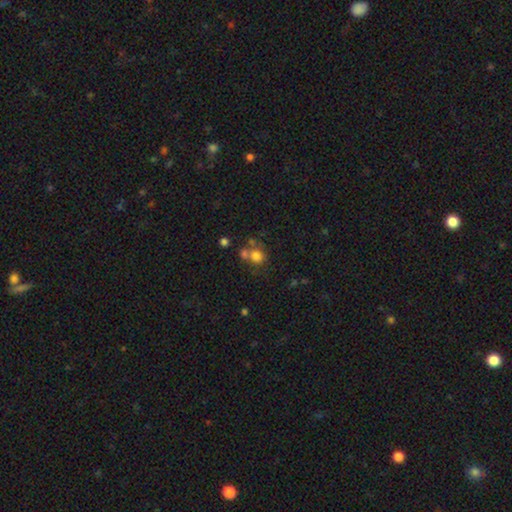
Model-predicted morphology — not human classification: A smooth galaxy with no disk features (75%) that is round (80%). Merging: none (49%).